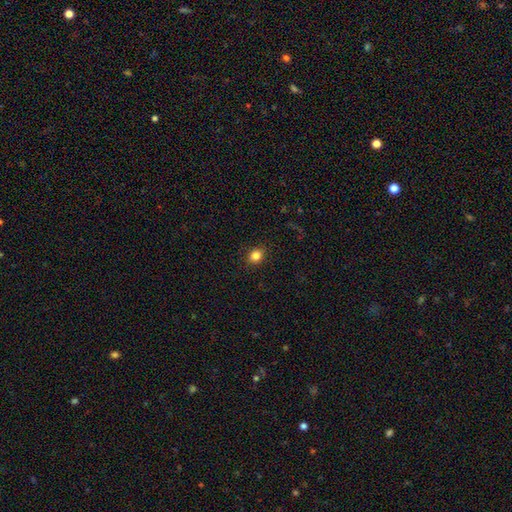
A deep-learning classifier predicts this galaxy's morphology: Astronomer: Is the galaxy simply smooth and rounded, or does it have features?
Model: smooth — 84%.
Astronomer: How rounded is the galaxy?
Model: round — 73%.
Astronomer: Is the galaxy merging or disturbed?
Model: none — 90%.